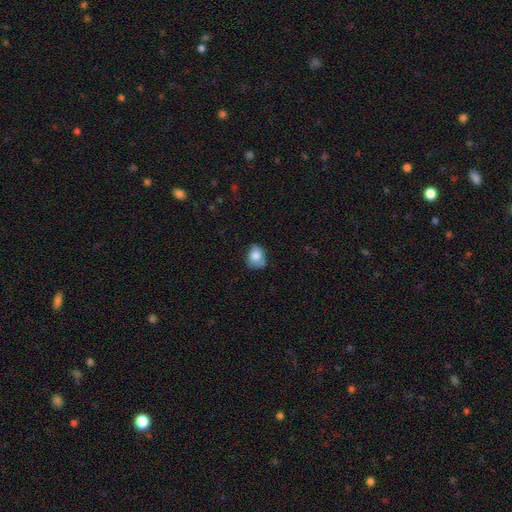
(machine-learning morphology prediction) The model was most divided on "how rounded": in between: 52%, round: 47%, cigar-shaped: 1%. Remaining: smooth or featured — smooth (78%); merging — none (48%).